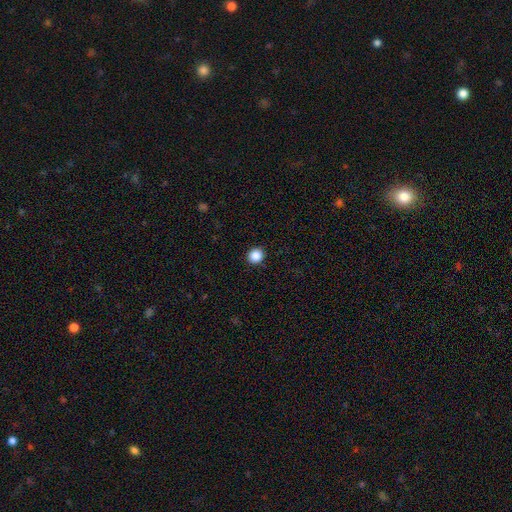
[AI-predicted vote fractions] Overall: smooth (87%). How rounded: round (91%). Merging: none (93%).